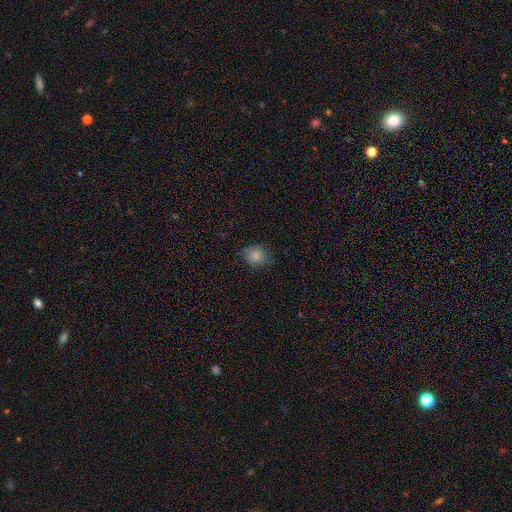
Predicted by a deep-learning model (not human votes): A smooth galaxy with no disk features (82%) that is round (67%). Merging: none (73%).